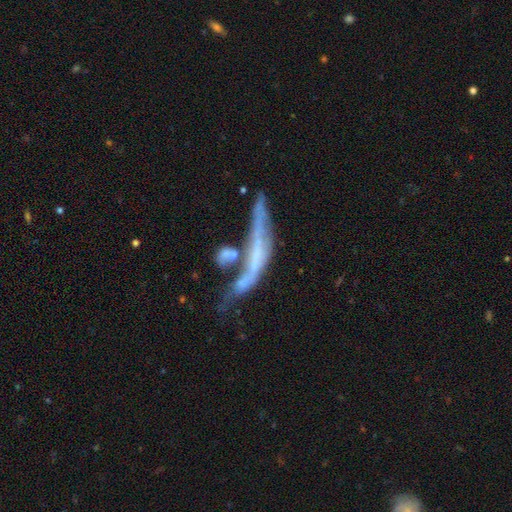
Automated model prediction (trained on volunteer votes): Smooth or featured: featured or disk — 60% (smooth — 29%)
Edge-on disk: yes — 51% (no — 49%)
Merging: merger — 45% (major disturbance — 24%)